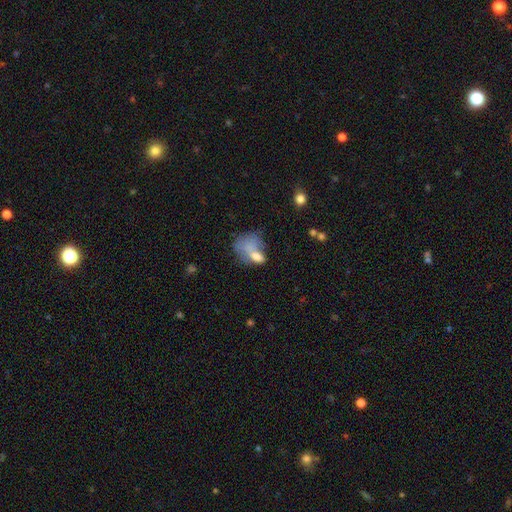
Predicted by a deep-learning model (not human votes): Morphology: type=smooth (66%); roundness=in between (76%); merging=major disturbance (34%).